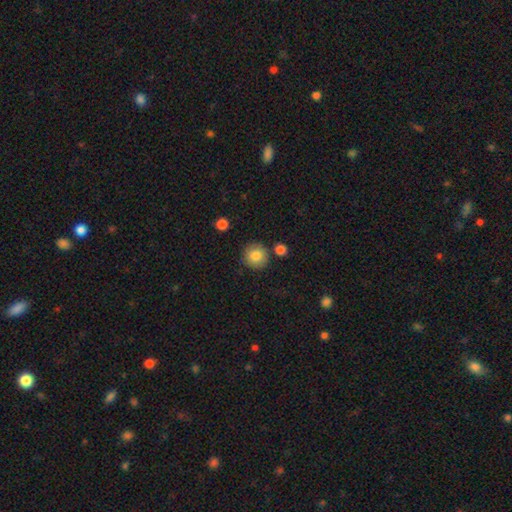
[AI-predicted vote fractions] A smooth galaxy with no disk features (83%) that is round (93%).

Vote fractions:
- Smooth or featured? smooth: 83% / star or artifact: 9% / featured or disk: 8%
- How rounded? round: 93% / in between: 6% / cigar-shaped: 1%
- Merging? none: 83% / minor disturbance: 8% / merger: 6% / major disturbance: 2%